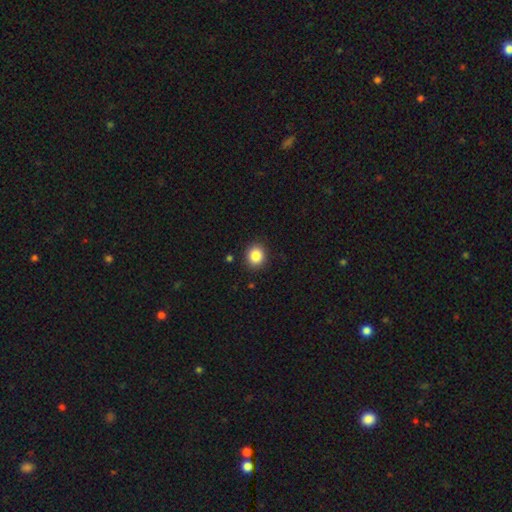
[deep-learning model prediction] smooth-or-featured: smooth: 86% | star or artifact: 9% | featured or disk: 4%
  how-rounded: round: 77% | in between: 22% | cigar-shaped: 1%
  merging: none: 89% | minor disturbance: 8% | major disturbance: 2% | merger: 1%